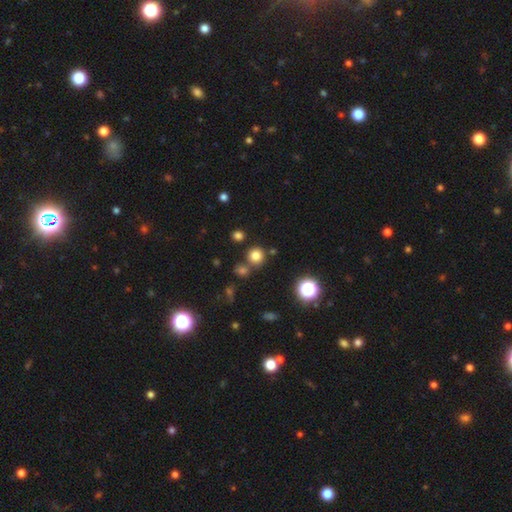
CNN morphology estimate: Smooth or featured: smooth — 77% (star or artifact — 17%)
How rounded: round — 92% (in between — 7%)
Merging: none — 76% (merger — 13%)